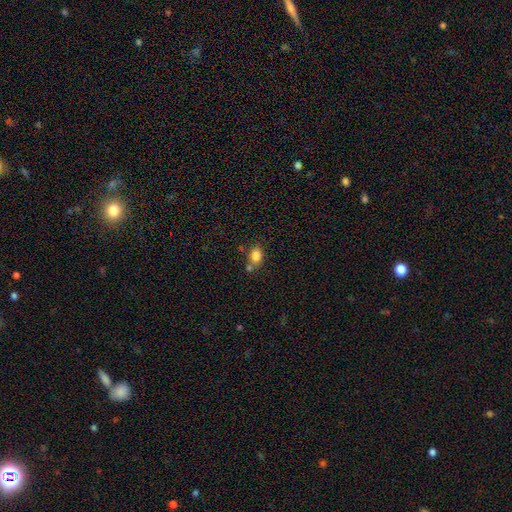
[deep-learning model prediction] Smooth or featured?
  - smooth: 83% *
  - star or artifact: 10%
  - featured or disk: 7%
How rounded?
  - in between: 74% *
  - round: 25%
  - cigar-shaped: 2%
Merging?
  - none: 59% *
  - merger: 23%
  - minor disturbance: 14%
  - major disturbance: 4%